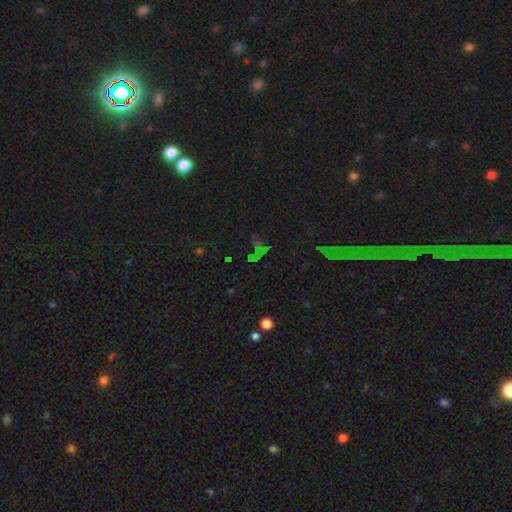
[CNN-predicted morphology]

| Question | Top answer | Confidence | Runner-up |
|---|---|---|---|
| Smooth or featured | star or artifact | 58% | smooth (23%) |